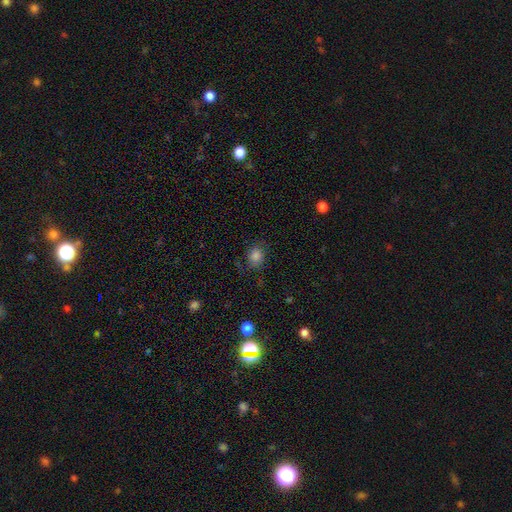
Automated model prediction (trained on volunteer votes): smooth 81%, star or artifact 12%, featured or disk 7%. Down the decision tree: how rounded — round (68%); merging — none (71%).